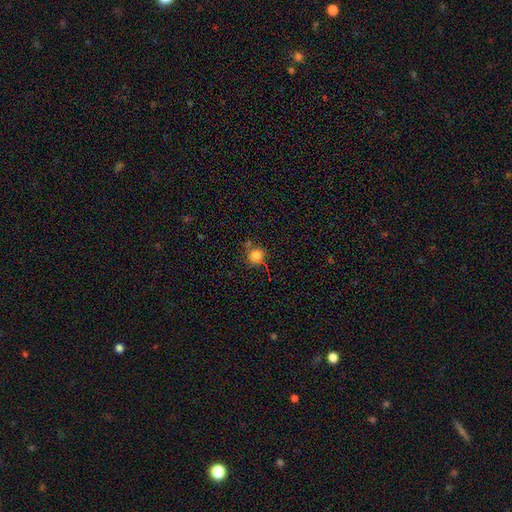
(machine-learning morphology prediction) type=smooth (83%); roundness=round (87%); merging=none (70%).